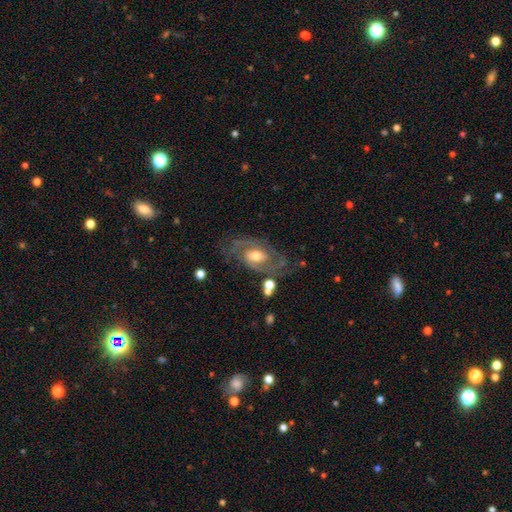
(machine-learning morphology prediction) A featured or disk galaxy (86%) with no bar (48%), 2 (73%) medium (50%) spiral arms (95%) and a moderate central bulge (69%).

Vote fractions:
- Smooth or featured? featured or disk: 86% / smooth: 8% / star or artifact: 6%
- Edge-on disk? no: 96% / yes: 4%
- Bar? no: 48% / weak: 39% / strong: 13%
- Spiral arms? yes: 95% / no: 5%
- Spiral winding? medium: 50% / tight: 36% / loose: 14%
- Spiral arm count? 2: 73% / can't tell: 10% / 3: 9% / 1: 3% / 4: 3% / more than 4: 2%
- Bulge size? moderate: 69% / small: 21% / large: 7% / none: 1% / dominant: 1%
- Merging? none: 67% / minor disturbance: 18% / major disturbance: 11% / merger: 4%